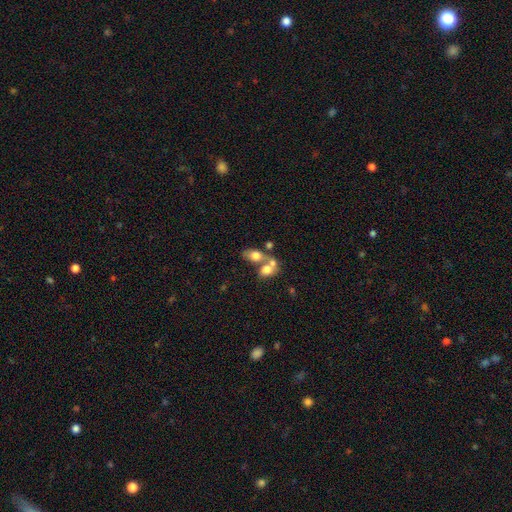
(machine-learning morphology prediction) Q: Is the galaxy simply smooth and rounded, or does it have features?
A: smooth — 68%.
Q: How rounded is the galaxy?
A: in between — 74%.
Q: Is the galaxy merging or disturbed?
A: merger — 63%.